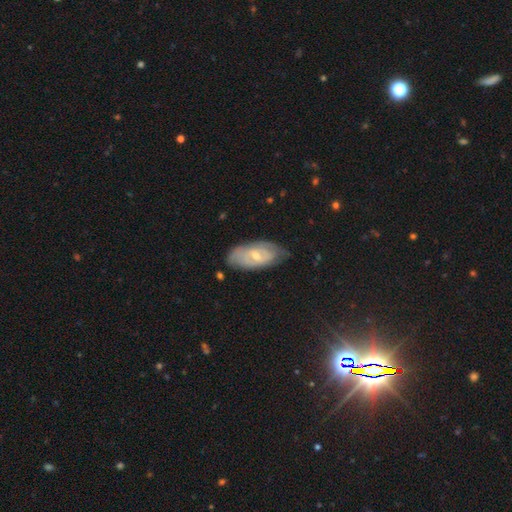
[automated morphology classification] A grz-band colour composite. It shows a featured or disk galaxy (62%) with a weak bar (51%), spiral arms (76%) and a small central bulge (53%). Merging: none (69%).